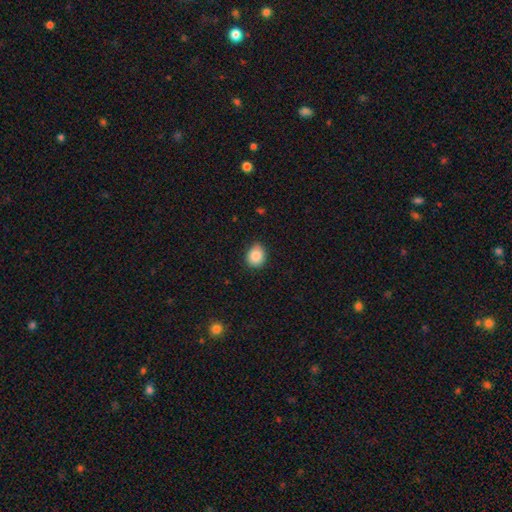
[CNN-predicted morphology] smooth-or-featured: smooth: 87% | star or artifact: 8% | featured or disk: 4%
  how-rounded: round: 65% | in between: 34% | cigar-shaped: 1%
  merging: none: 80% | minor disturbance: 16% | major disturbance: 3% | merger: 1%